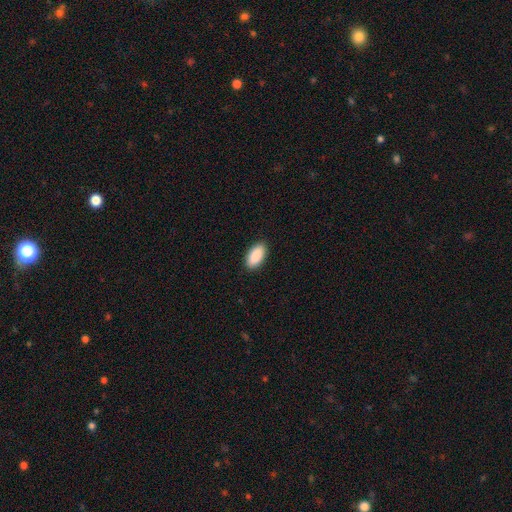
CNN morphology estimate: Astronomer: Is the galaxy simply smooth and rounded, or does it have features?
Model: smooth — 91%.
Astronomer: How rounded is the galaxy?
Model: in between — 94%.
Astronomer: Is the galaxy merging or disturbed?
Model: none — 90%.